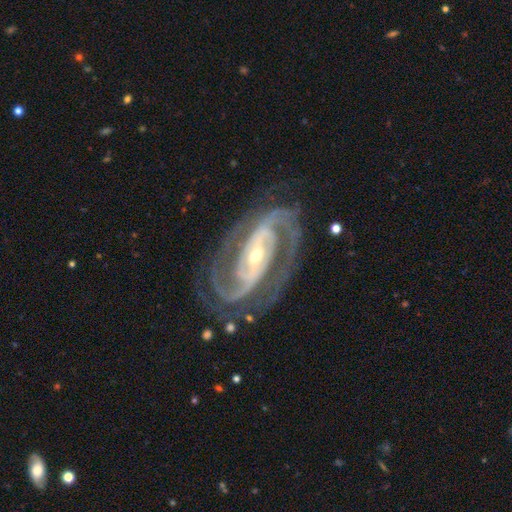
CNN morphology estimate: Smooth or featured: featured or disk — 93% (star or artifact — 4%)
Edge-on disk: no — 97% (yes — 3%)
Bar: strong — 47% (weak — 30%)
Spiral arms: yes — 98% (no — 2%)
Spiral winding: tight — 48% (medium — 45%)
Spiral arm count: 2 — 74% (3 — 13%)
Bulge size: small — 53% (moderate — 42%)
Merging: none — 78% (minor disturbance — 14%)